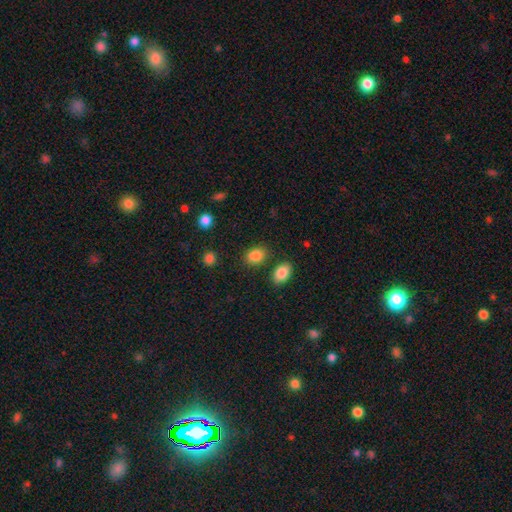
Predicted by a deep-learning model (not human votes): A smooth galaxy with no disk features (86%) that is in between round and cigar-shaped (74%). Merging: none (78%).